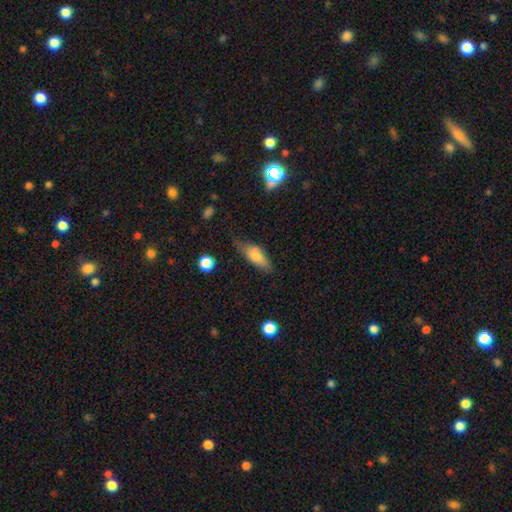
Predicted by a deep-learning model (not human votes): smooth 74%, featured or disk 19%, star or artifact 7%. Down the decision tree: how rounded — in between (72%); merging — none (58%).